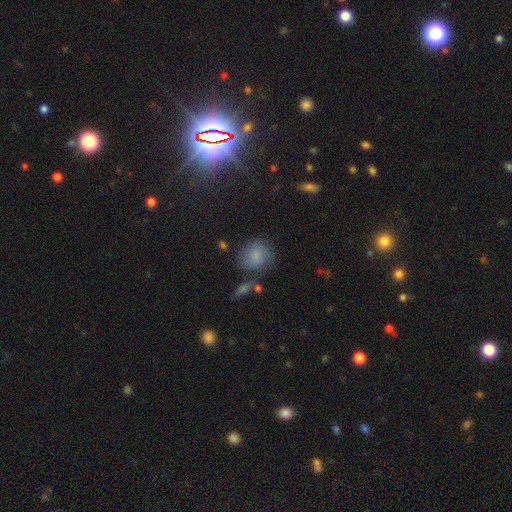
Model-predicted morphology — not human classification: This is likely a smooth galaxy (73%). How rounded: likely round (75%). Merging: likely none (64%).